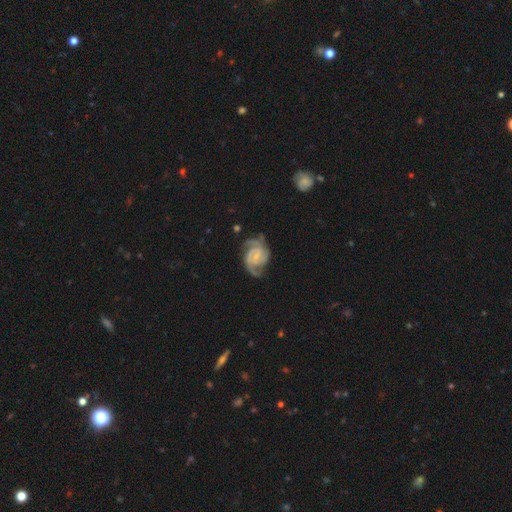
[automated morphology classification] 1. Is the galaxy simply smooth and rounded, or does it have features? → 89% featured or disk, 6% smooth, 5% star or artifact.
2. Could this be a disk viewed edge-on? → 98% no, 2% yes.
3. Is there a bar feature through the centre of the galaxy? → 45% no, 44% weak, 12% strong.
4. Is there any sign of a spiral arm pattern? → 98% yes, 2% no.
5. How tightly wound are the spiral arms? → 48% tight, 43% medium, 9% loose.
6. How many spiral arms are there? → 60% 2, 19% 3, 9% can't tell, 4% 4, 4% 1, 3% more than 4.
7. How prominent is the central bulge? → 65% small, 18% moderate, 15% none, 2% large, 1% dominant.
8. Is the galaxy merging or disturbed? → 64% none, 21% minor disturbance, 13% major disturbance, 2% merger.